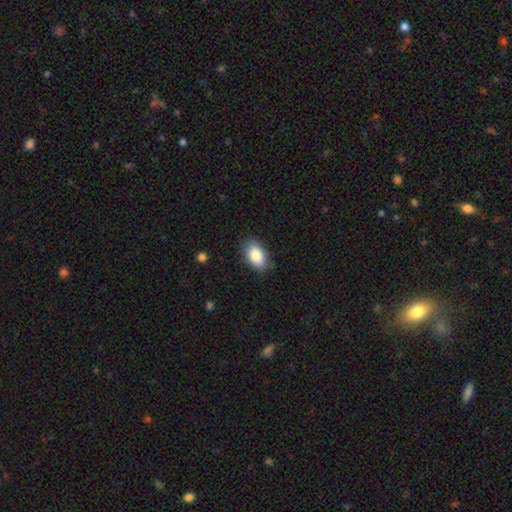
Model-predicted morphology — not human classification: Smooth or featured: smooth — 86% (star or artifact — 7%)
How rounded: in between — 90% (round — 9%)
Merging: none — 84% (minor disturbance — 12%)